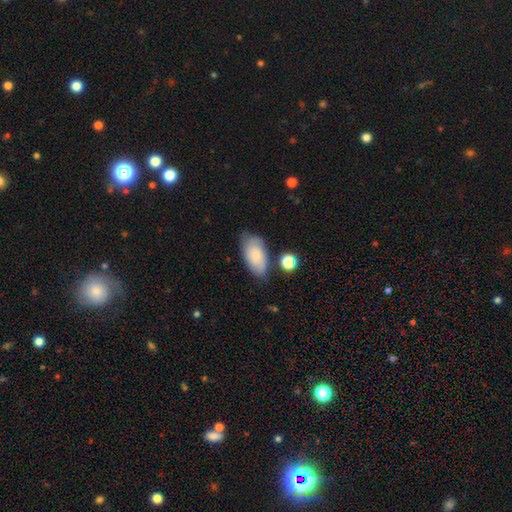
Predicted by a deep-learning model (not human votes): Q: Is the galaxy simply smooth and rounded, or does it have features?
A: smooth — 73%.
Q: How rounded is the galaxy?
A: in between — 93%.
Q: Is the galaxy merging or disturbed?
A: none — 62%.